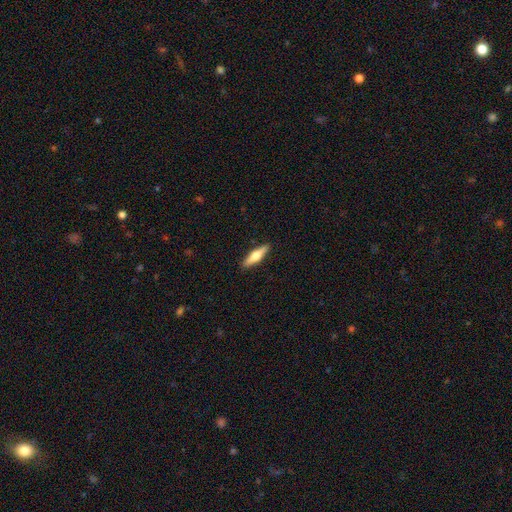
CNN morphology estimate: Smooth or featured? smooth (52%)
How rounded? cigar-shaped (69%)
Merging? none (90%)